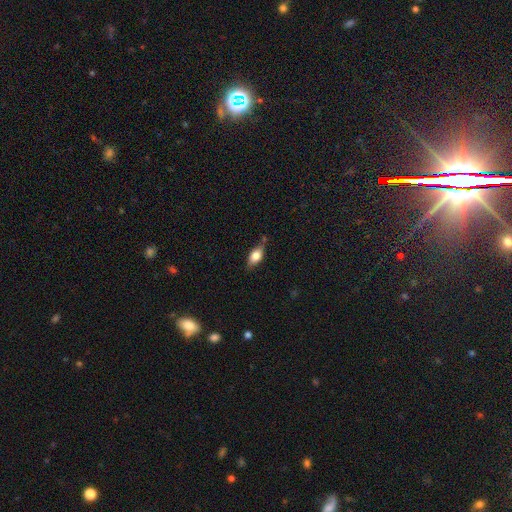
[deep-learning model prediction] Morphology: type=smooth (69%); roundness=in between (82%); merging=none (69%).